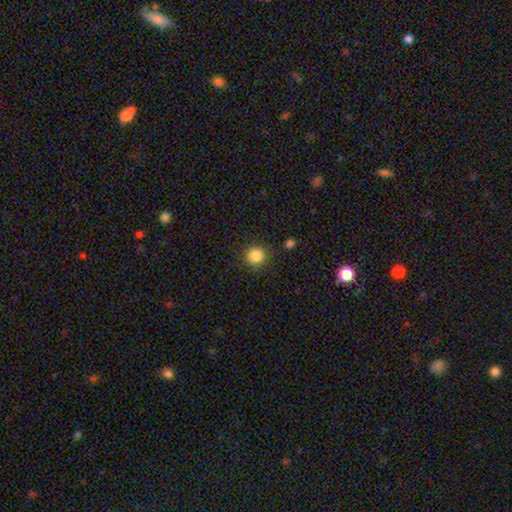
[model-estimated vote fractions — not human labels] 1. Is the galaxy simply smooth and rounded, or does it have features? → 85% smooth, 11% star or artifact, 4% featured or disk.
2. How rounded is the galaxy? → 93% round, 6% in between, 1% cigar-shaped.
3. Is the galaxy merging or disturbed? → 88% none, 7% minor disturbance, 3% major disturbance, 2% merger.